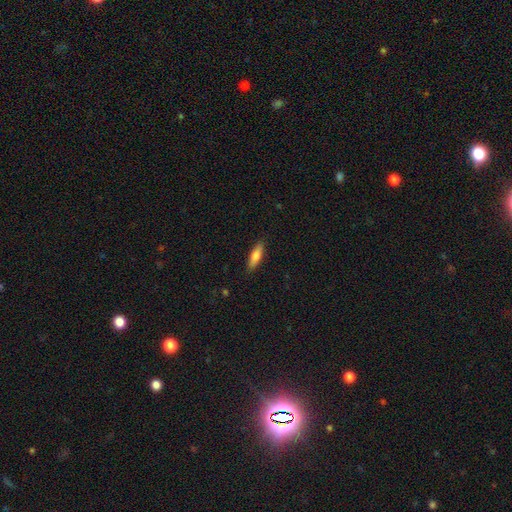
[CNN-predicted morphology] This appears to be a smooth galaxy with no disk features (78%) that is cigar-shaped (53%). Merging: none (87%).